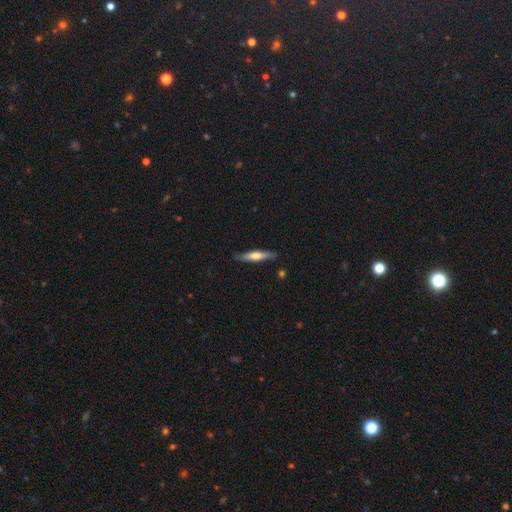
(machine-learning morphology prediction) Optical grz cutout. It shows a smooth galaxy with no disk features (52%) that is cigar-shaped (87%). Merging: none (86%).